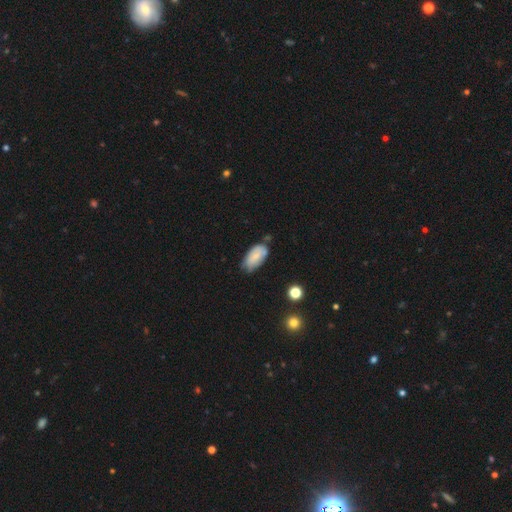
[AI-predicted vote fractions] smooth_or_featured: smooth (p=0.71) [alt: featured or disk p=0.21]
how_rounded: in between (p=0.94) [alt: cigar-shaped p=0.03]
merging: none (p=0.50) [alt: minor disturbance p=0.38]